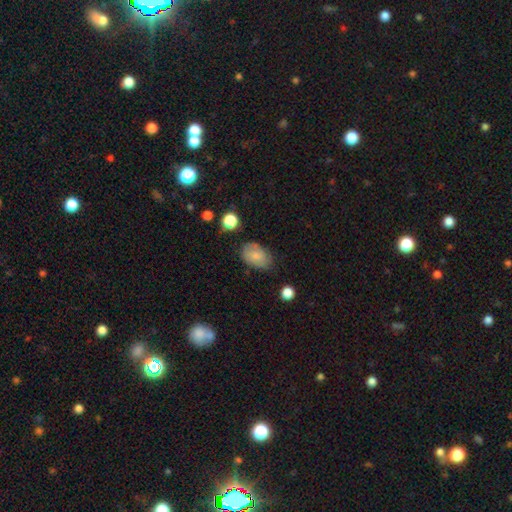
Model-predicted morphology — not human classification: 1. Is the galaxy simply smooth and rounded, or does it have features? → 76% smooth, 16% featured or disk, 8% star or artifact.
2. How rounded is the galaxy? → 87% in between, 12% round, 1% cigar-shaped.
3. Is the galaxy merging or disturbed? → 65% none, 26% minor disturbance, 7% major disturbance, 2% merger.